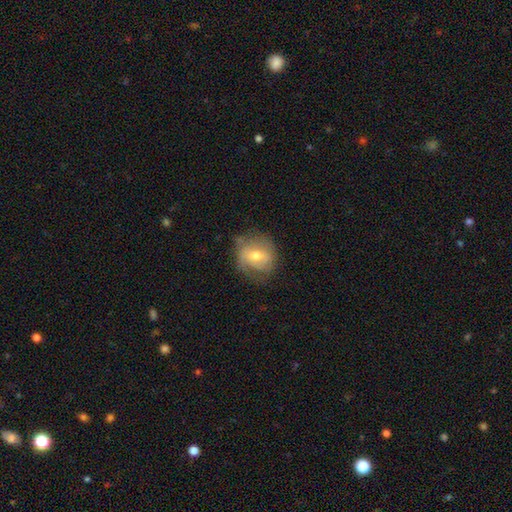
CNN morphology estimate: Q: Smooth or featured?
A: featured or disk (46%); tied with: smooth (46%)
Q: Merging?
A: none (59%); runner-up: minor disturbance (27%)